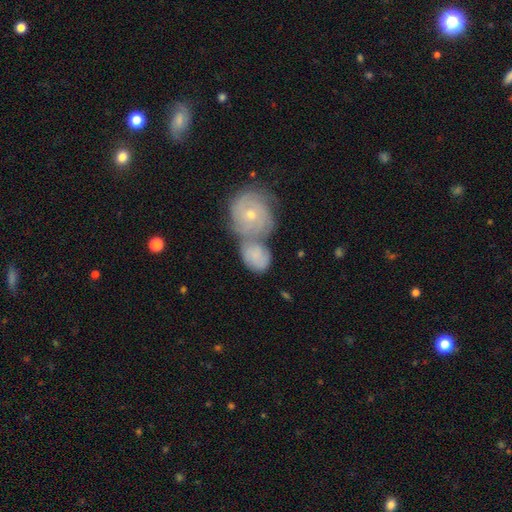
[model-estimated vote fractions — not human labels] featured or disk 49%, smooth 43%, star or artifact 8%. Down the decision tree: merging — merger (61%).